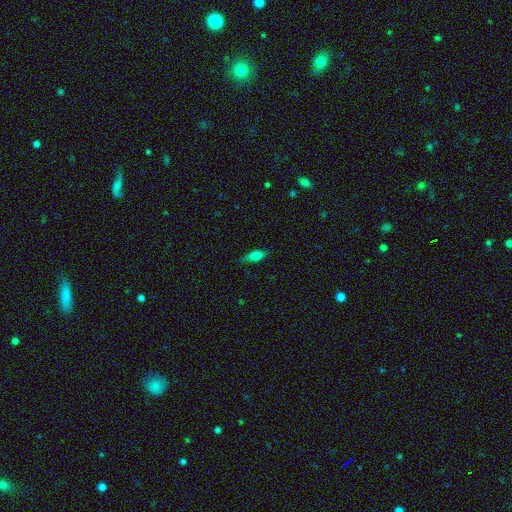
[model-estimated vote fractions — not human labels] This appears to be a smooth galaxy with no disk features (71%) that is in between round and cigar-shaped (64%). Merging: none (81%).